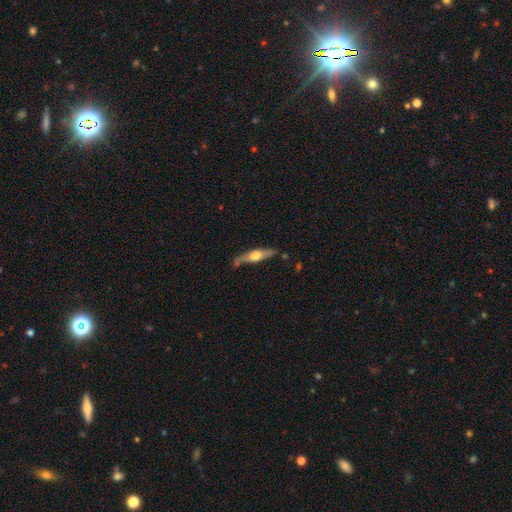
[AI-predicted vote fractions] Smooth or featured? Predicted: featured or disk (p=0.64). Edge-on disk? Predicted: yes (p=0.92). Edge-on bulge? Predicted: rounded (p=0.92). Merging? Predicted: none (p=0.73).